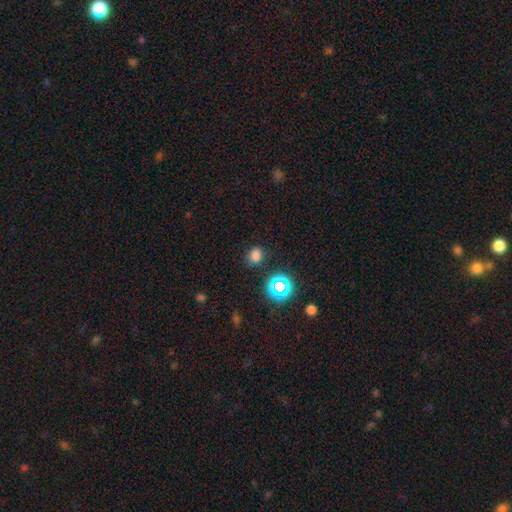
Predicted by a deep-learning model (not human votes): A smooth galaxy with no disk features (72%) that is round (55%). Merging: none (80%).